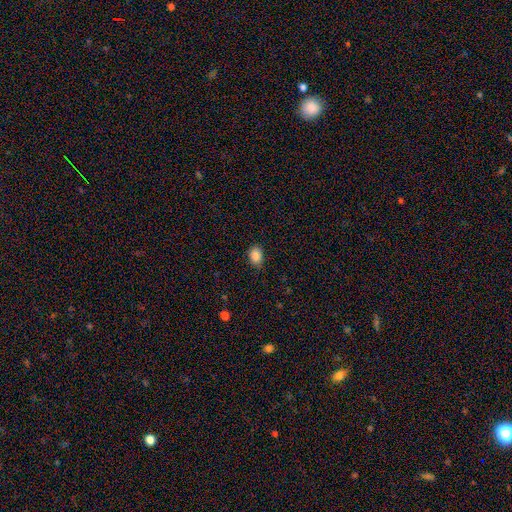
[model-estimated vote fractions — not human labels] Smooth or featured? Predicted: smooth (p=0.86). How rounded? Predicted: in between (p=0.68). Merging? Predicted: none (p=0.80).